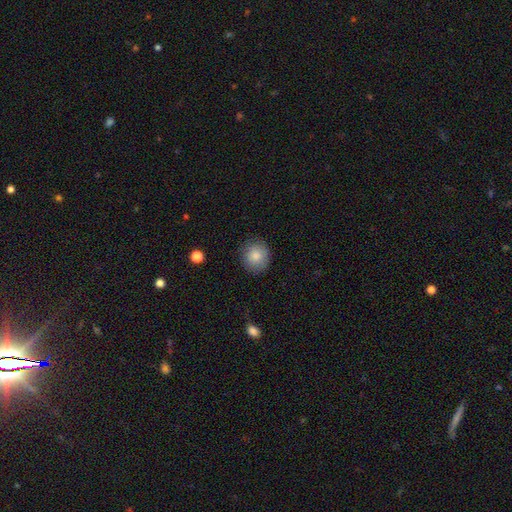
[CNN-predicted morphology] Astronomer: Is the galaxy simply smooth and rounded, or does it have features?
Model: smooth — 84%.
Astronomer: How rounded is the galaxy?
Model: round — 85%.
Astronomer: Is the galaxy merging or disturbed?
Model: none — 86%.